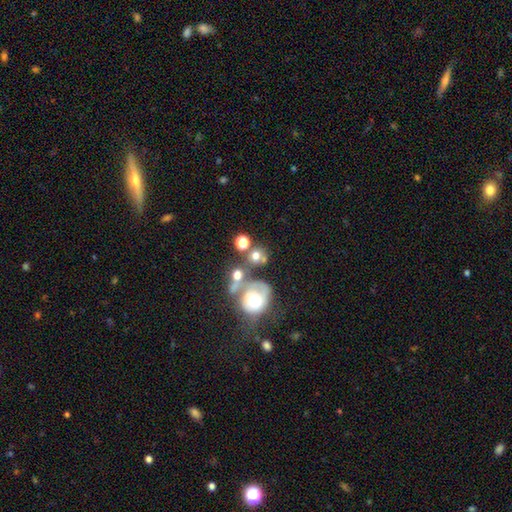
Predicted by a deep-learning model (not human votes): Q: Smooth or featured?
A: smooth (63%); runner-up: featured or disk (21%)
Q: How rounded?
A: round (78%); runner-up: in between (21%)
Q: Merging?
A: none (41%); runner-up: merger (39%)